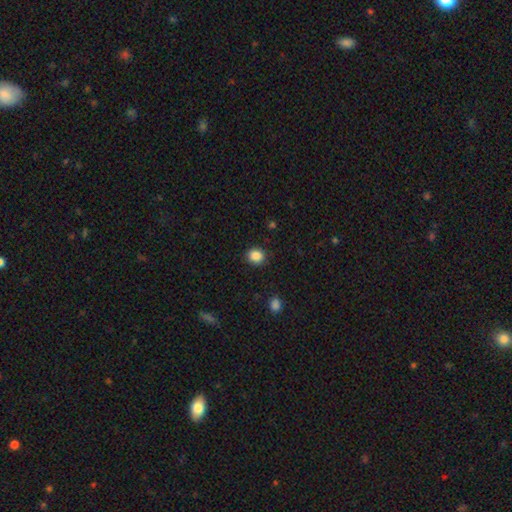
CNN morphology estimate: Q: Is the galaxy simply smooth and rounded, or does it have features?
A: smooth — 86%.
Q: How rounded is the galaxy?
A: round — 75%.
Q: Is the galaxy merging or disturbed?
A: none — 89%.